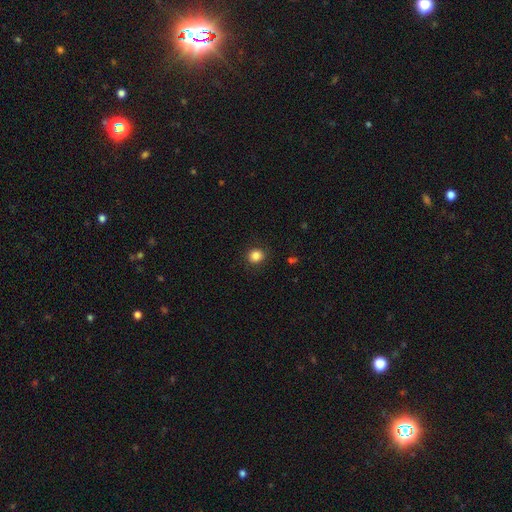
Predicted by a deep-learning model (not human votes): Smooth or featured? Predicted: smooth (p=0.85). How rounded? Predicted: round (p=0.83). Merging? Predicted: none (p=0.89).